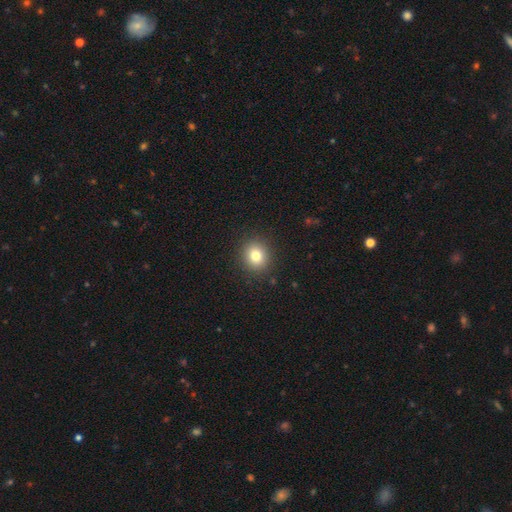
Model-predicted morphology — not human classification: This is likely a smooth galaxy (79%). How rounded: clearly round (82%). Merging: clearly none (90%).